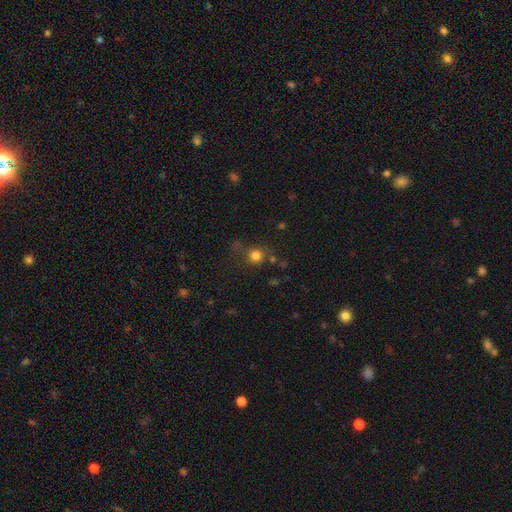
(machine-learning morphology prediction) This appears to be a smooth galaxy with no disk features (76%) that is round (89%). Merging: none (68%).